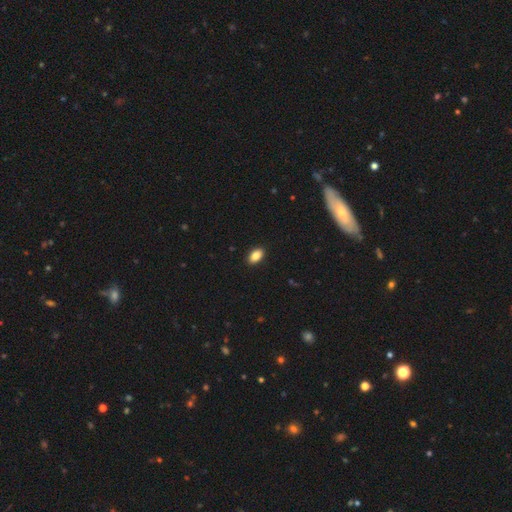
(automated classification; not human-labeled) This is clearly a smooth galaxy (86%). How rounded: clearly in between (91%). Merging: clearly none (90%).